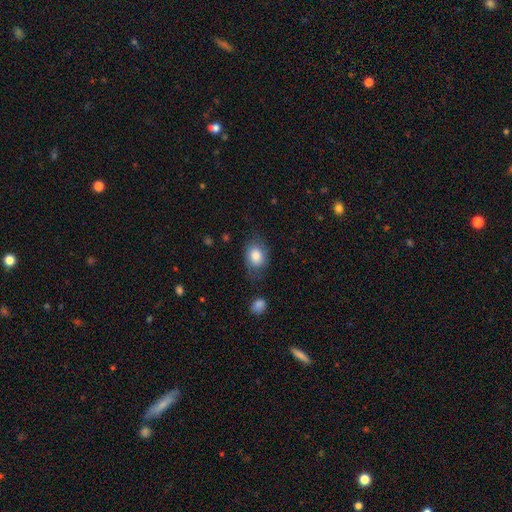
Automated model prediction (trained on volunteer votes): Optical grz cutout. It shows a smooth galaxy with no disk features (82%) that is in between round and cigar-shaped (63%). Merging: none (66%).